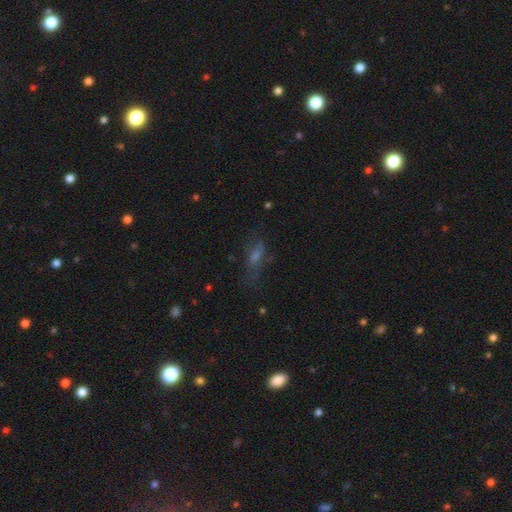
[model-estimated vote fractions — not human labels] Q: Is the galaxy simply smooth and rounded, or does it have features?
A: smooth — 41%.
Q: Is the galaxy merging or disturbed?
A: none — 55%.